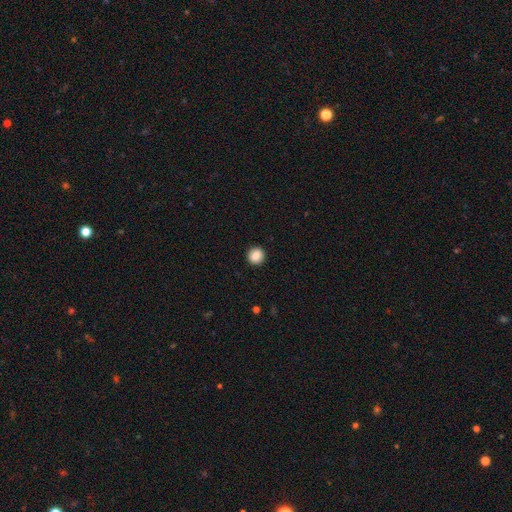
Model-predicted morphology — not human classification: smooth 86%, star or artifact 9%, featured or disk 5%. Down the decision tree: how rounded — round (93%); merging — none (93%).